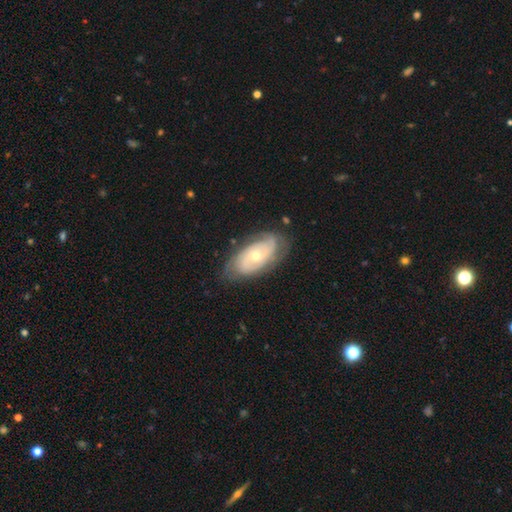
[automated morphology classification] A featured or disk galaxy (78%) with no bar (78%), 2 (38%) tight (66%) spiral arms (90%) and a moderate central bulge (54%).

Vote fractions:
- Smooth or featured? featured or disk: 78% / smooth: 16% / star or artifact: 6%
- Edge-on disk? no: 93% / yes: 7%
- Bar? no: 78% / weak: 18% / strong: 4%
- Spiral arms? yes: 90% / no: 10%
- Spiral winding? tight: 66% / medium: 26% / loose: 8%
- Spiral arm count? 2: 38% / can't tell: 36% / 3: 14% / 4: 4% / 1: 4% / more than 4: 3%
- Bulge size? moderate: 54% / small: 43% / large: 2% / none: 1% / dominant: 1%
- Merging? none: 76% / minor disturbance: 18% / major disturbance: 5% / merger: 1%